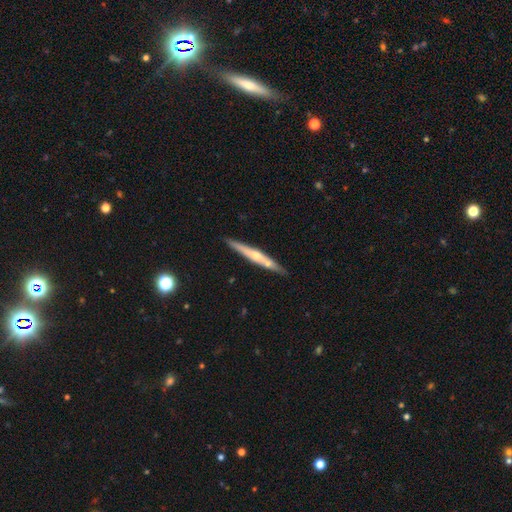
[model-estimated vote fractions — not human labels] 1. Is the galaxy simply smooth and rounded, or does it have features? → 62% featured or disk, 32% smooth, 6% star or artifact.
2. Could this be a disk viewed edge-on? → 96% yes, 4% no.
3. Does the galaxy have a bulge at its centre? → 73% rounded, 22% none, 6% boxy.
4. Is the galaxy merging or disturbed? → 84% none, 10% minor disturbance, 4% merger, 2% major disturbance.